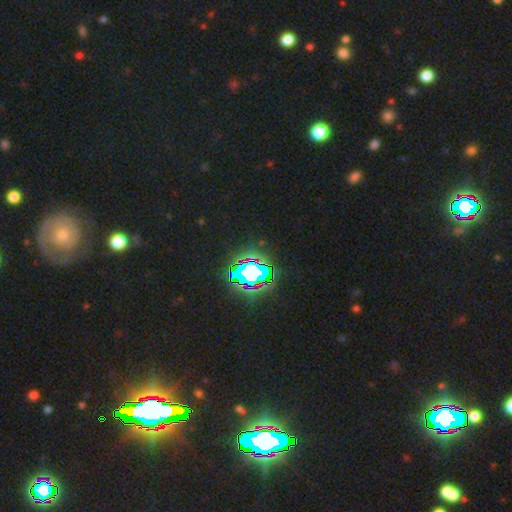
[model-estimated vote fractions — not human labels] smooth-or-featured: star or artifact: 82% | smooth: 10% | featured or disk: 9%